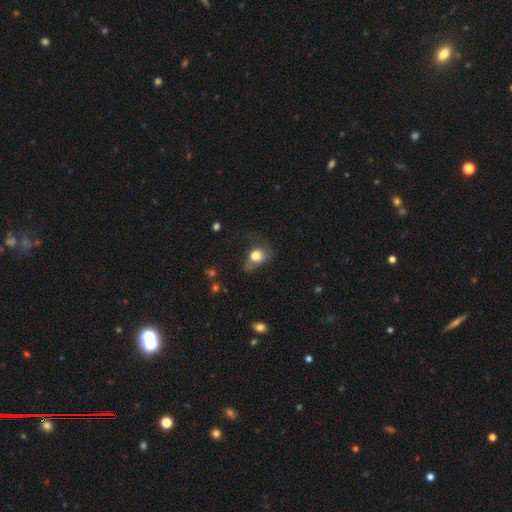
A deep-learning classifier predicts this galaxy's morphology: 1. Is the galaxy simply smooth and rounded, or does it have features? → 75% smooth, 16% featured or disk, 10% star or artifact.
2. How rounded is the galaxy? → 55% round, 43% in between, 2% cigar-shaped.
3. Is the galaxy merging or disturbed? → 38% major disturbance, 30% none, 27% minor disturbance, 5% merger.